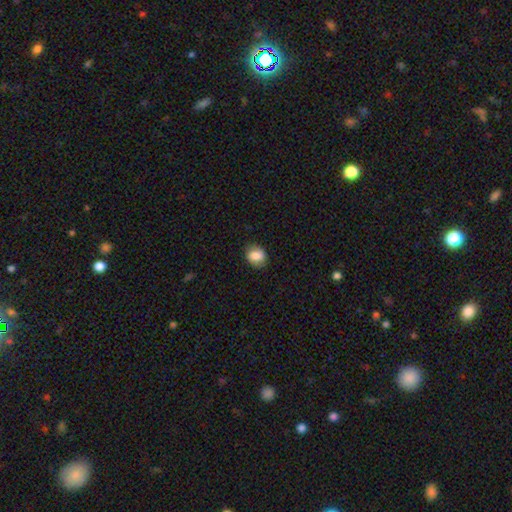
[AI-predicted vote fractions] This appears to be a smooth galaxy with no disk features (82%) that is in between round and cigar-shaped (55%). Merging: none (81%).